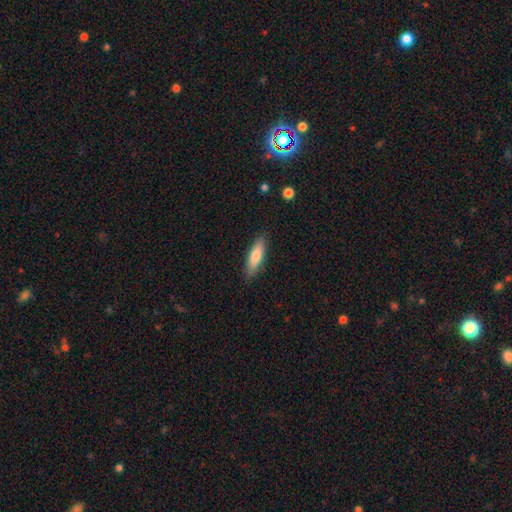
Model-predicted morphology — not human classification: This is likely a smooth galaxy (73%). How rounded: possibly cigar-shaped (57%). Merging: clearly none (86%).